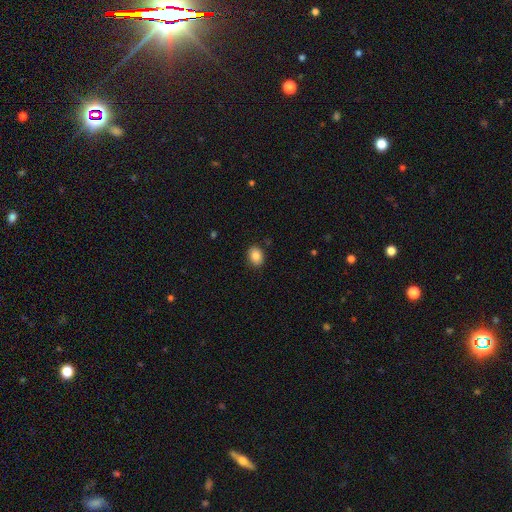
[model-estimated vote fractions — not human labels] A smooth galaxy with no disk features (85%) that is in between round and cigar-shaped (66%). Merging: none (88%).